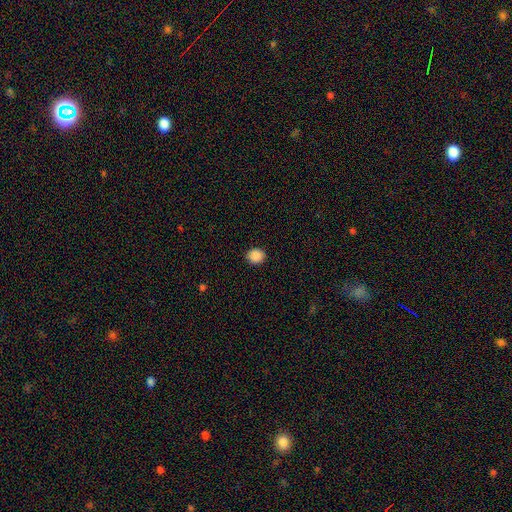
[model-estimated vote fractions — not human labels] Q: Smooth or featured?
A: smooth (88%); runner-up: star or artifact (9%)
Q: How rounded?
A: round (78%); runner-up: in between (21%)
Q: Merging?
A: none (90%); runner-up: minor disturbance (7%)